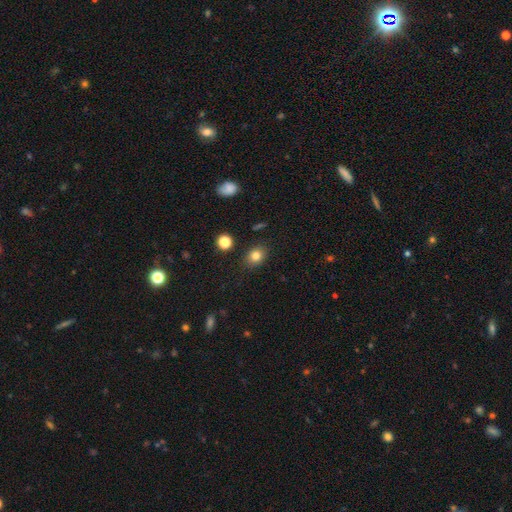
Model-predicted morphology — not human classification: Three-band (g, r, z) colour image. It shows a smooth galaxy with no disk features (81%) that is round (53%). Merging: none (86%).